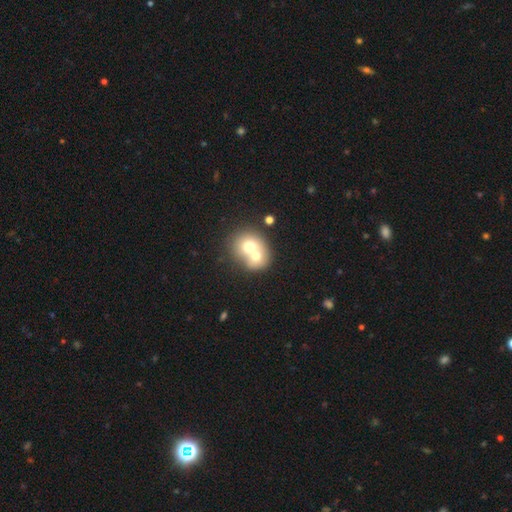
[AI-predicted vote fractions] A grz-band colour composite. It shows a smooth galaxy with no disk features (65%) that is round (70%). Merging: merger (70%).